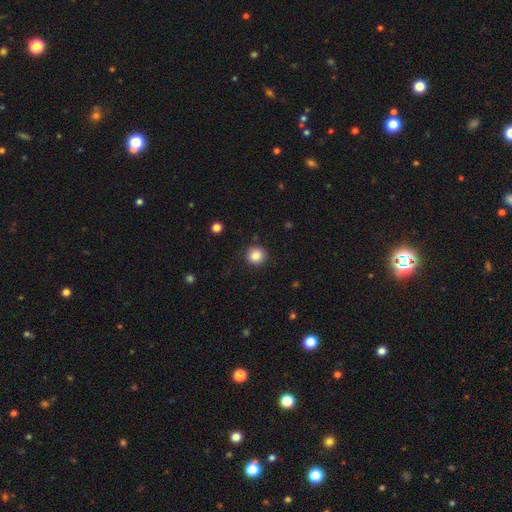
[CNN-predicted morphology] This appears to be a smooth galaxy with no disk features (86%) that is round (91%). Merging: none (88%).